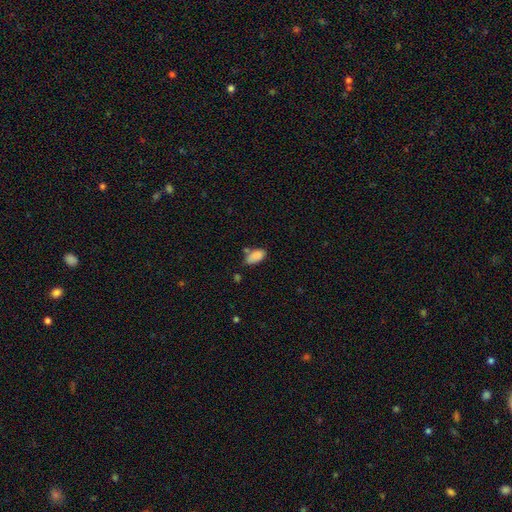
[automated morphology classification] Smooth or featured? Predicted: smooth (p=0.85). How rounded? Predicted: in between (p=0.92). Merging? Predicted: none (p=0.54).